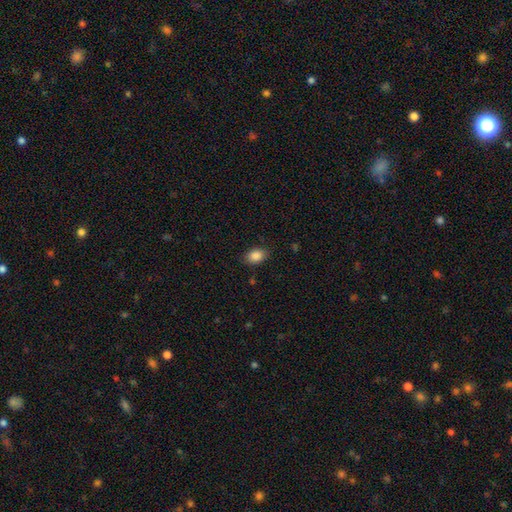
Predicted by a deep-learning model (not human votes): A smooth galaxy with no disk features (87%) that is in between round and cigar-shaped (78%). Merging: none (84%).